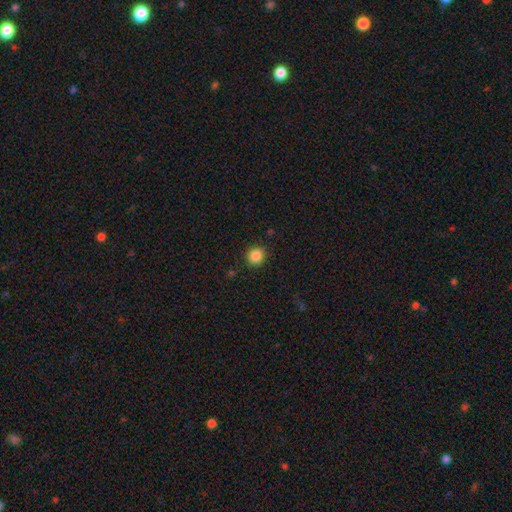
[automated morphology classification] smooth_or_featured: smooth (p=0.86) [alt: star or artifact p=0.11]
how_rounded: round (p=0.87) [alt: in between p=0.12]
merging: none (p=0.89) [alt: minor disturbance p=0.07]